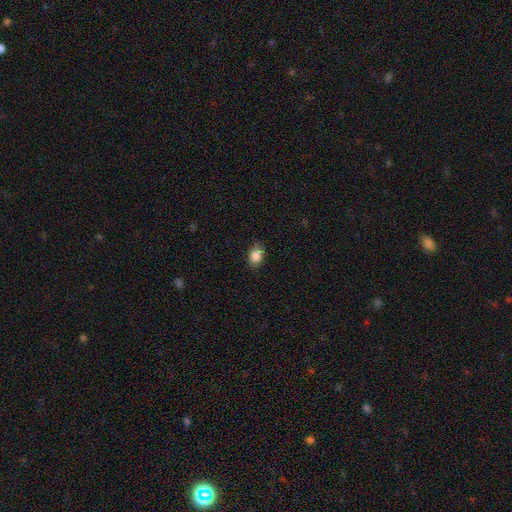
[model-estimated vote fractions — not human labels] Overall: smooth (86%). How rounded: in between (73%). Merging: none (80%).